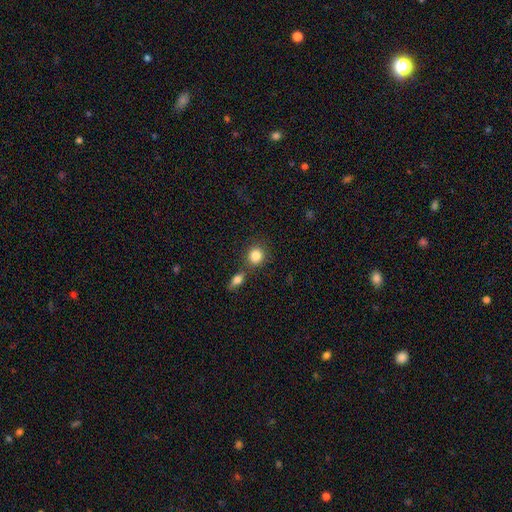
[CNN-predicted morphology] type=smooth (84%); roundness=round (81%); merging=none (71%).